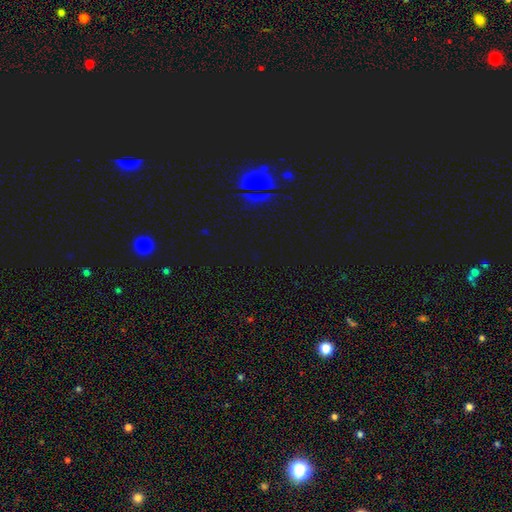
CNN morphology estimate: This appears to be a star or artifact, not a galaxy (77%).